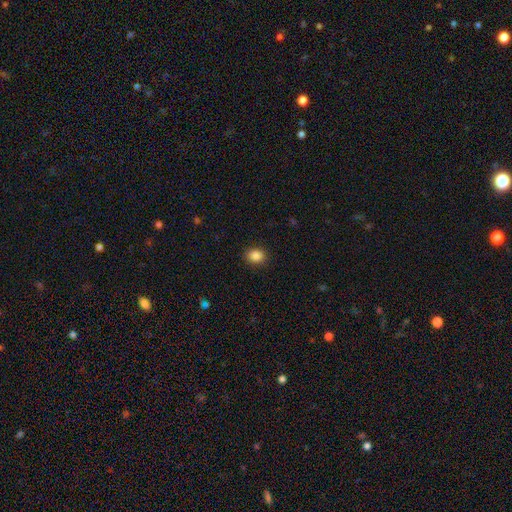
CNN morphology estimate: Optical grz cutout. It shows a smooth galaxy with no disk features (86%) that is round (55%). Merging: none (90%).